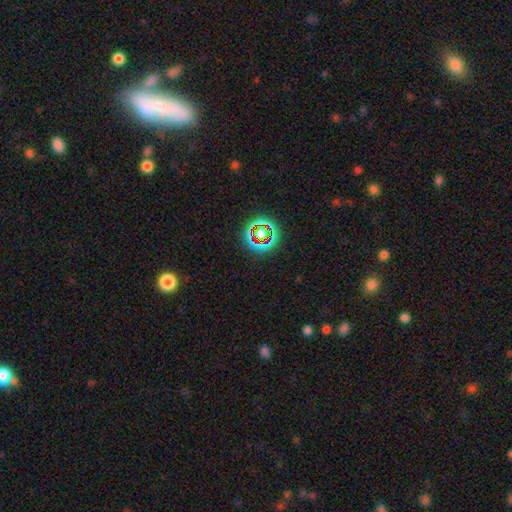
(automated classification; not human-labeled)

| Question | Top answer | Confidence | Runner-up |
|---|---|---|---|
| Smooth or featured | star or artifact | 59% | smooth (22%) |